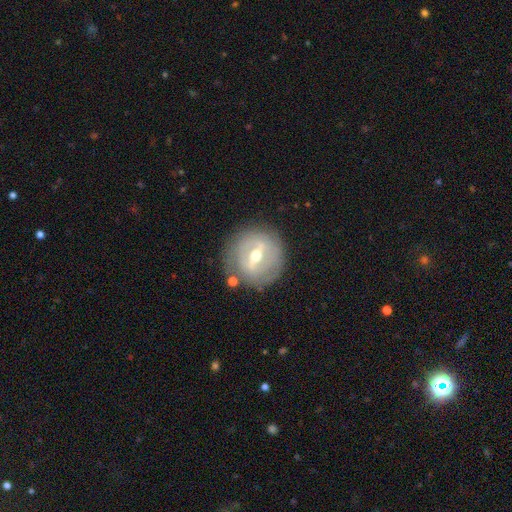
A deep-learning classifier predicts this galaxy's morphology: Overall: featured or disk (72%). Edge-on disk: no (89%). Bar: strong (52%; weak 38%). Spiral arms: no (55%; yes 45%). Bulge size: moderate (74%). Merging: none (79%).